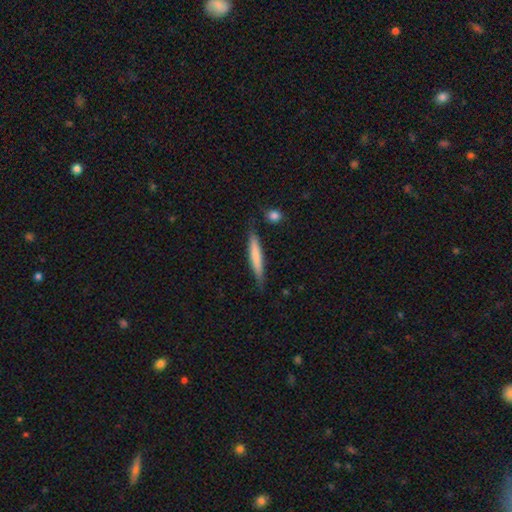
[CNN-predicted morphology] Smooth or featured? Predicted: smooth (p=0.67). How rounded? Predicted: cigar-shaped (p=0.94). Merging? Predicted: none (p=0.81).